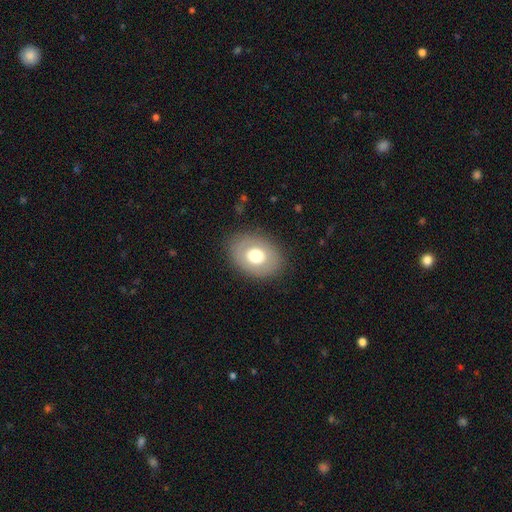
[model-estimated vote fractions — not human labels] smooth 66%, featured or disk 27%, star or artifact 8%. Down the decision tree: how rounded — in between (65%); merging — none (85%).